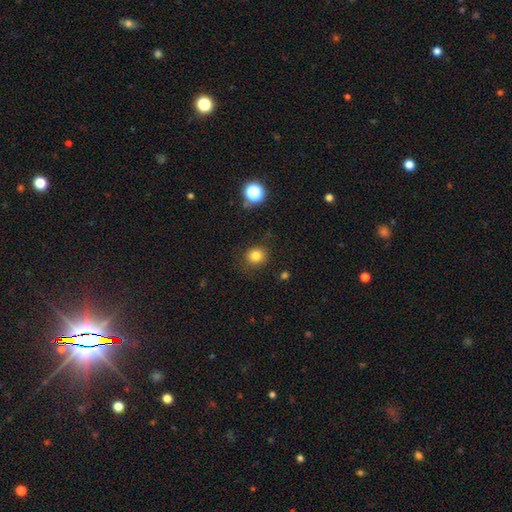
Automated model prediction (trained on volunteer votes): This is clearly a smooth galaxy (81%). How rounded: clearly round (84%). Merging: clearly none (84%).